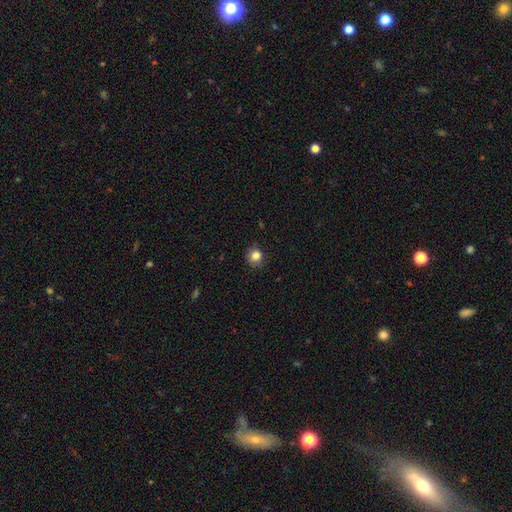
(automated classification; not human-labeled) This appears to be a smooth galaxy with no disk features (83%) that is round (86%). Merging: none (86%).